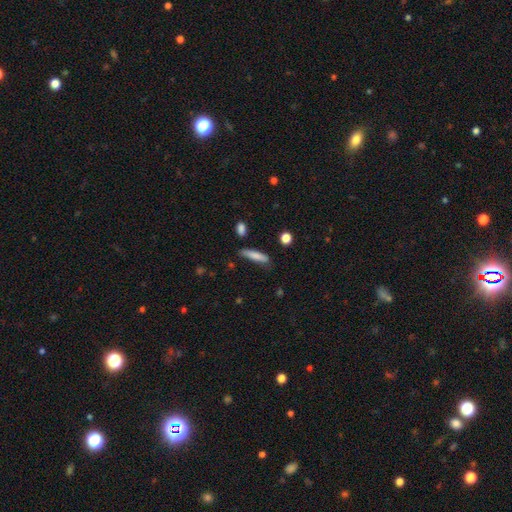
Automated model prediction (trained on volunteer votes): Smooth or featured? Predicted: smooth (p=0.80). How rounded? Predicted: cigar-shaped (p=0.82). Merging? Predicted: none (p=0.75).